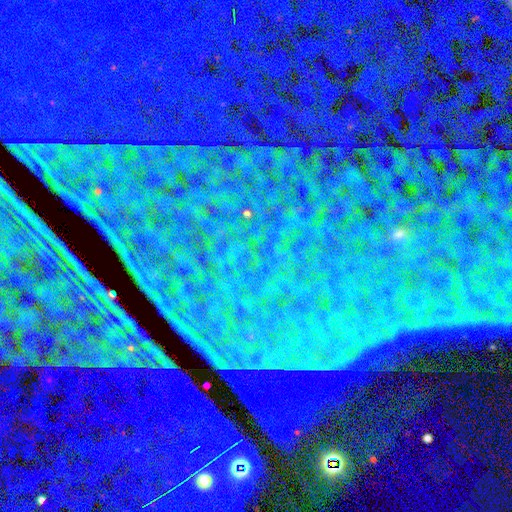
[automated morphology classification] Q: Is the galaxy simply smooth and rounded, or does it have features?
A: star or artifact — 88%.